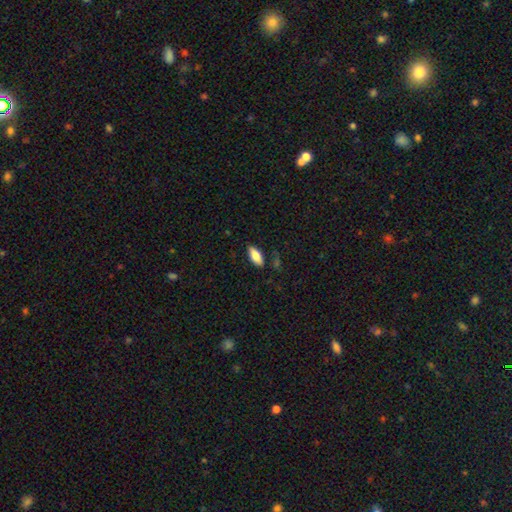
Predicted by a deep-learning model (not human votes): A smooth galaxy with no disk features (81%) that is in between round and cigar-shaped (85%).

Vote fractions:
- Smooth or featured? smooth: 81% / featured or disk: 13% / star or artifact: 6%
- How rounded? in between: 85% / cigar-shaped: 13% / round: 2%
- Merging? none: 82% / minor disturbance: 13% / major disturbance: 3% / merger: 2%